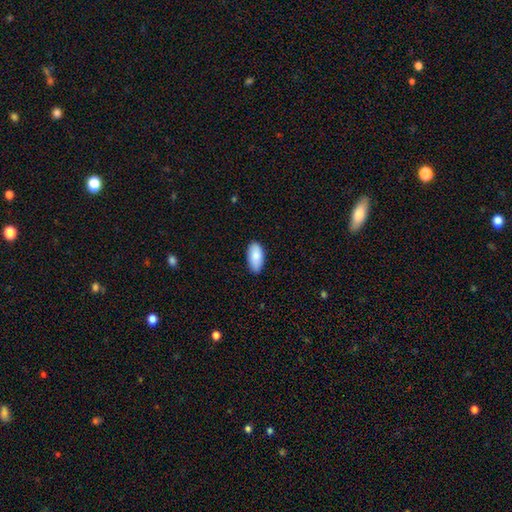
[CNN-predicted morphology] A smooth galaxy with no disk features (87%) that is in between round and cigar-shaped (94%).

Vote fractions:
- Smooth or featured? smooth: 87% / featured or disk: 7% / star or artifact: 6%
- How rounded? in between: 94% / cigar-shaped: 4% / round: 2%
- Merging? none: 85% / minor disturbance: 12% / major disturbance: 2% / merger: 1%